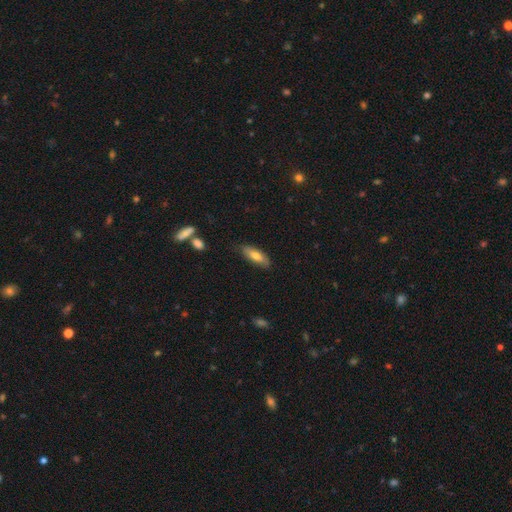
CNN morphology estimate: Overall: smooth (71%). How rounded: in between (62%; cigar-shaped 36%). Merging: none (80%).